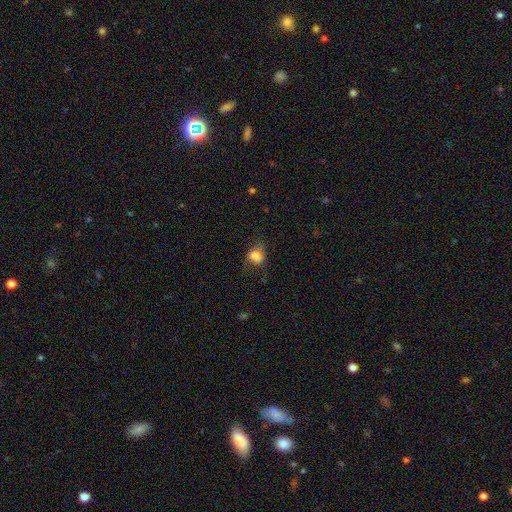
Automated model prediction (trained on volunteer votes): A smooth galaxy with no disk features (76%) that is in between round and cigar-shaped (53%). Merging: none (50%).